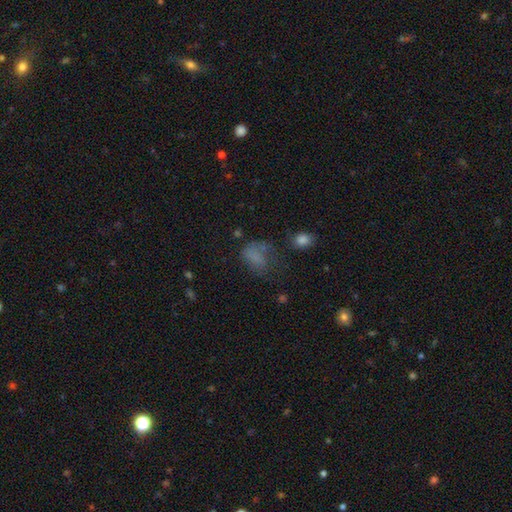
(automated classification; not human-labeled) Q: Smooth or featured?
A: smooth (65%); runner-up: star or artifact (19%)
Q: How rounded?
A: in between (71%); runner-up: round (27%)
Q: Merging?
A: none (35%); runner-up: major disturbance (34%)